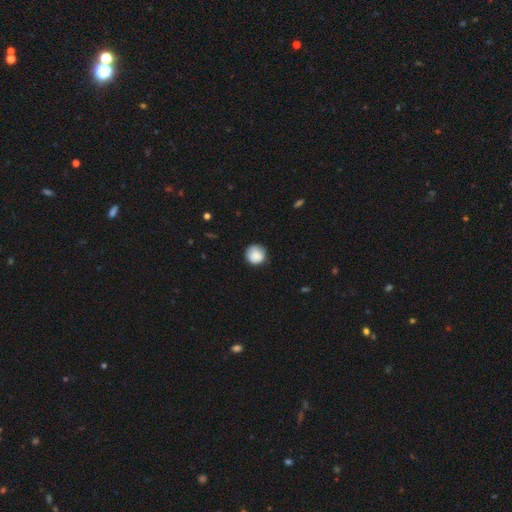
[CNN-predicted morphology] The model was most divided on "merging": none: 80%, minor disturbance: 16%, major disturbance: 3%, merger: 1%. More confident: how rounded — round (94%); smooth or featured — smooth (87%).